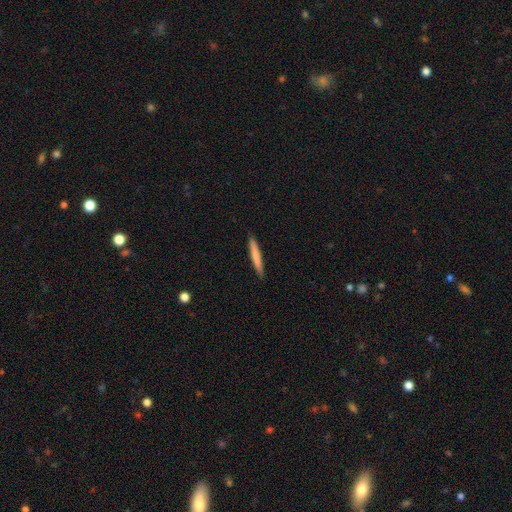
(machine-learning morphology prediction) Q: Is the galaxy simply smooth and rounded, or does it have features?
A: smooth — 73%.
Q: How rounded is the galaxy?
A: cigar-shaped — 96%.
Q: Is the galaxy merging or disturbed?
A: none — 91%.